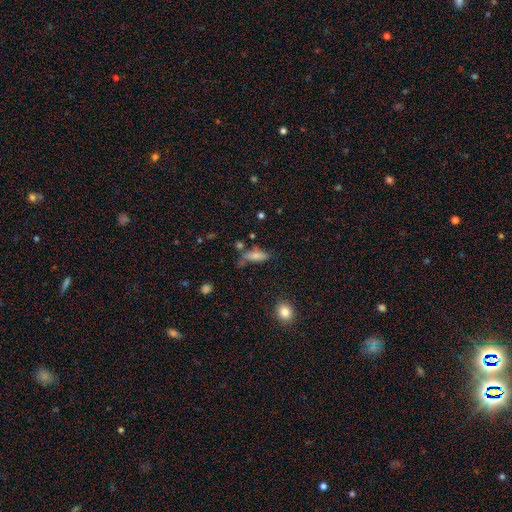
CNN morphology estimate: Smooth or featured: smooth — 76% (featured or disk — 14%)
How rounded: in between — 69% (cigar-shaped — 27%)
Merging: none — 52% (minor disturbance — 25%)